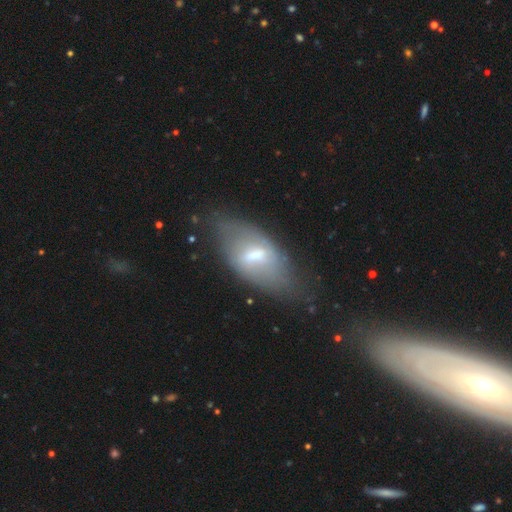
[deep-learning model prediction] smooth-or-featured: featured or disk: 52% | smooth: 40% | star or artifact: 8%
  disk-edge-on: no: 76% | yes: 24%
  merging: none: 60% | minor disturbance: 25% | major disturbance: 12% | merger: 3%